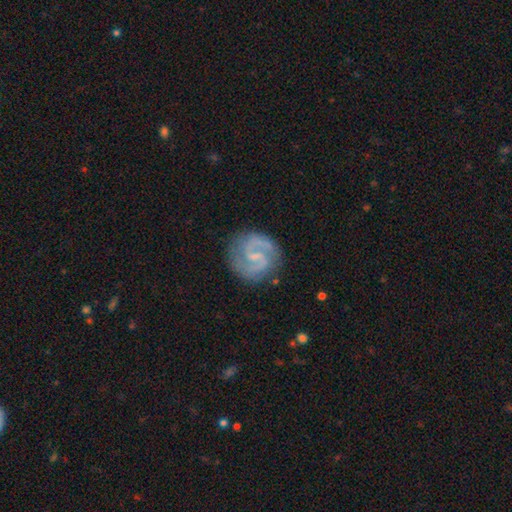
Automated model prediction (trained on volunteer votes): featured or disk 89%, smooth 7%, star or artifact 5%. Down the decision tree: edge-on disk — no (98%); bar — weak (55%); spiral arms — yes (97%); spiral arm count — 2 (92%); spiral winding — medium (57%); bulge size — small (56%); merging — none (83%).